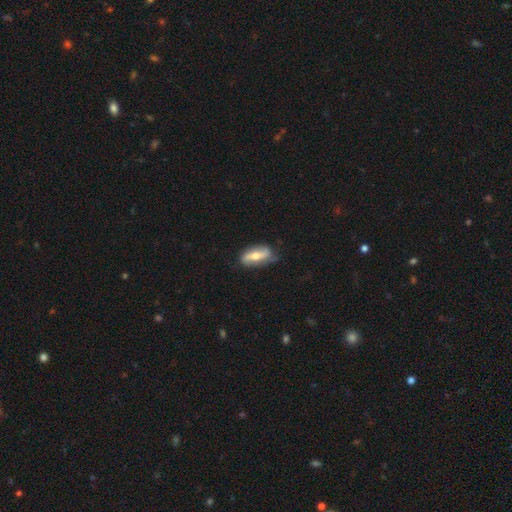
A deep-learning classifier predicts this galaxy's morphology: type=featured or disk (60%); edge-on=no (84%); bar=strong (39%); spiral arms=yes (80%); bulge=moderate (63%); merging=none (72%).